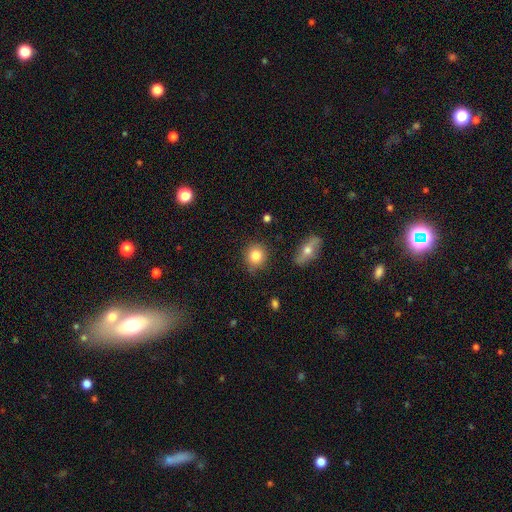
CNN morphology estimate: smooth-or-featured: smooth: 82% | featured or disk: 9% | star or artifact: 9%
  how-rounded: round: 86% | in between: 13% | cigar-shaped: 1%
  merging: none: 84% | minor disturbance: 11% | merger: 3% | major disturbance: 2%